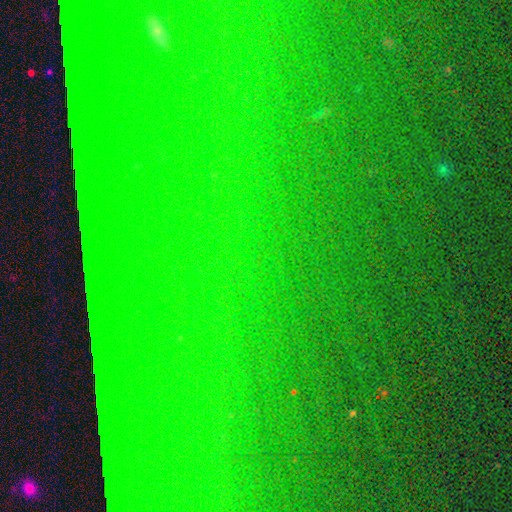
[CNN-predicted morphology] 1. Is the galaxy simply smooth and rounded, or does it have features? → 79% star or artifact, 12% smooth, 9% featured or disk.